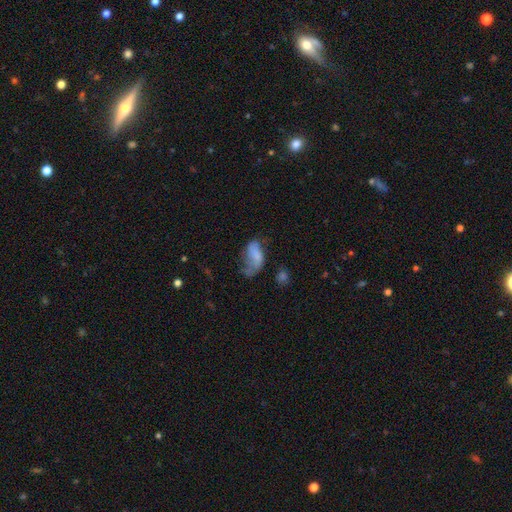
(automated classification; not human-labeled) smooth-or-featured: smooth: 59% | featured or disk: 31% | star or artifact: 10%
  how-rounded: in between: 92% | round: 4% | cigar-shaped: 4%
  merging: major disturbance: 39% | minor disturbance: 28% | none: 26% | merger: 7%